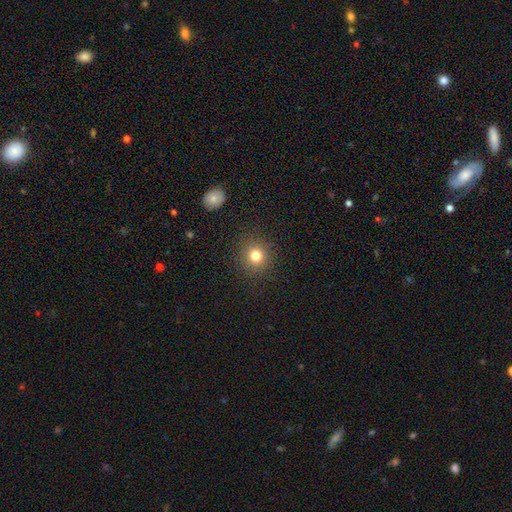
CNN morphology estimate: type=smooth (79%); roundness=round (90%); merging=none (89%).